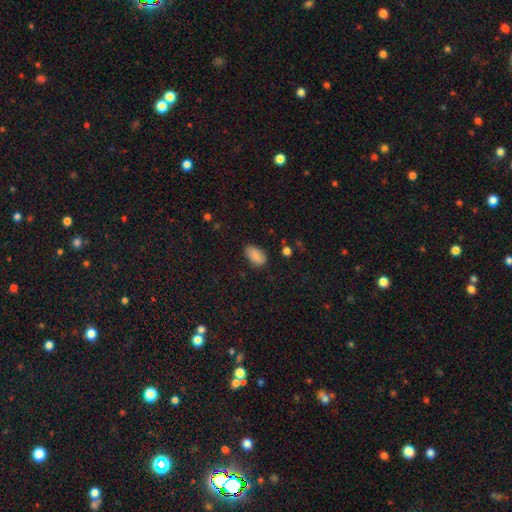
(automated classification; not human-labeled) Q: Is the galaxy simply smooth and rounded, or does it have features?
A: smooth — 87%.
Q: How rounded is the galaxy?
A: in between — 93%.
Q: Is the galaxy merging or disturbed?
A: none — 77%.